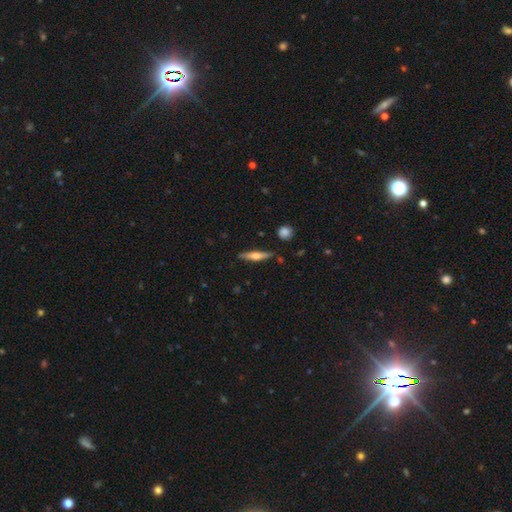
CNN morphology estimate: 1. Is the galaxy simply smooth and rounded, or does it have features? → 48% featured or disk, 45% smooth, 6% star or artifact.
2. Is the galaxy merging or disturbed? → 85% none, 10% minor disturbance, 3% merger, 2% major disturbance.